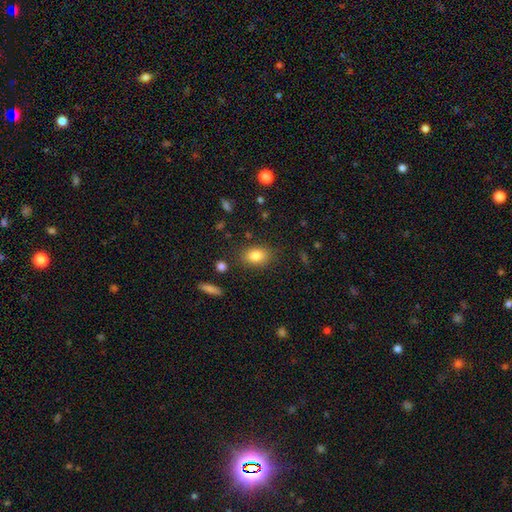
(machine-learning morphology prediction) Overall: smooth (83%). How rounded: in between (77%). Merging: none (82%).